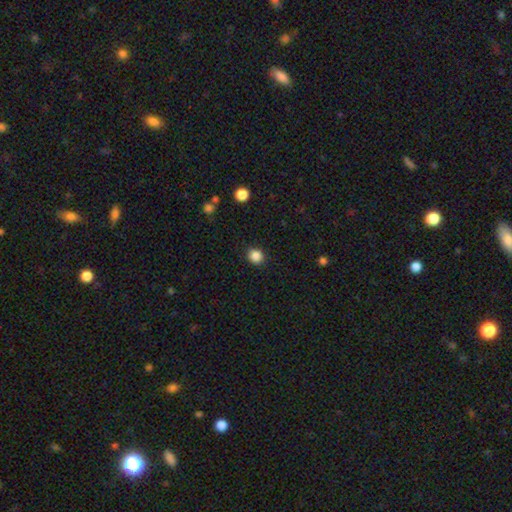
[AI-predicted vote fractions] smooth 87%, star or artifact 10%, featured or disk 3%. Down the decision tree: how rounded — round (82%); merging — none (90%).